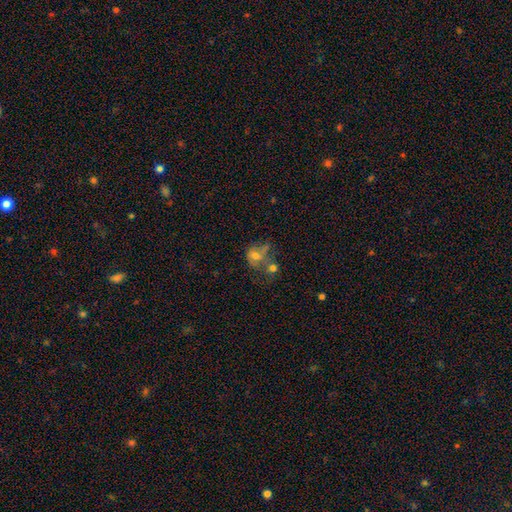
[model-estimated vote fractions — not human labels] smooth-or-featured: smooth: 52% | featured or disk: 33% | star or artifact: 15%
  how-rounded: round: 50% | in between: 48% | cigar-shaped: 1%
  merging: merger: 40% | none: 25% | major disturbance: 20% | minor disturbance: 15%